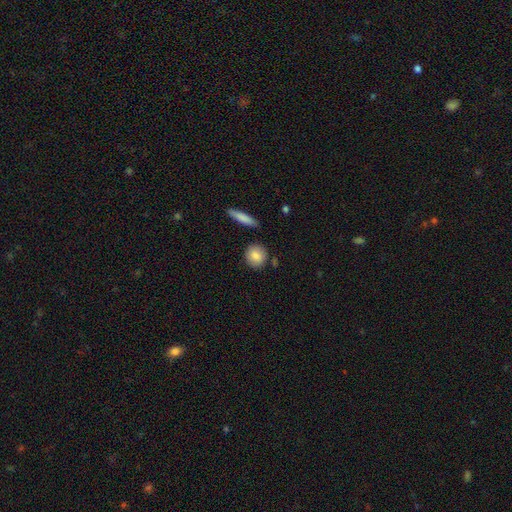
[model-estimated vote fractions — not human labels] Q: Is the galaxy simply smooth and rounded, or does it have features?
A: smooth — 84%.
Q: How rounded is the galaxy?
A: round — 79%.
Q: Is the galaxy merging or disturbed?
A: none — 82%.